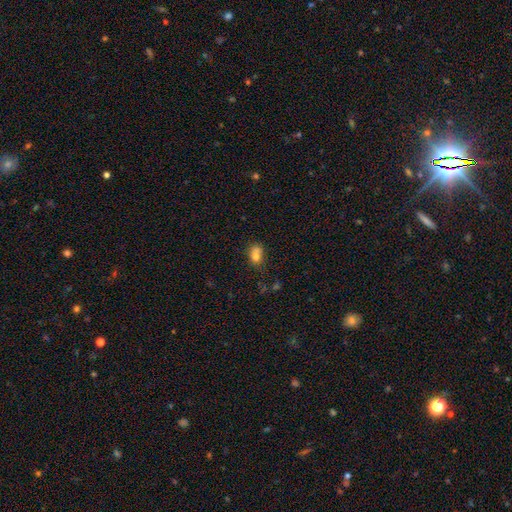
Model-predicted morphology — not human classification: Smooth or featured? smooth (74%)
How rounded? in between (57%)
Merging? none (44%)